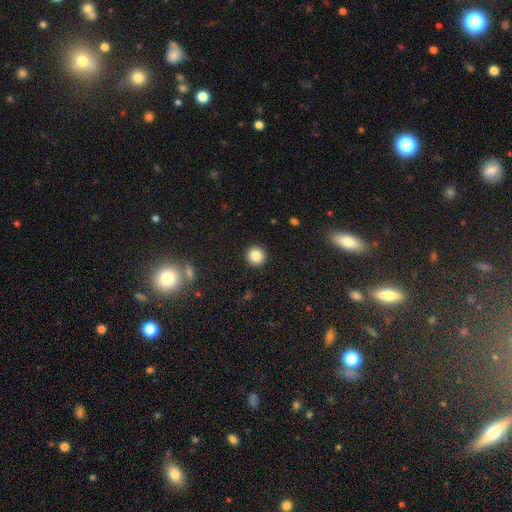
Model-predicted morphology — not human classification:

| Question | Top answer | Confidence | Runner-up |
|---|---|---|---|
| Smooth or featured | smooth | 86% | star or artifact (10%) |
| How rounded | round | 94% | in between (5%) |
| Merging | none | 92% | minor disturbance (5%) |